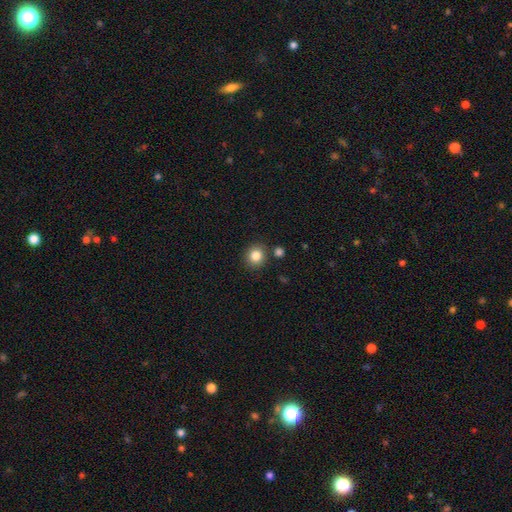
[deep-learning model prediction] A smooth galaxy with no disk features (84%) that is round (83%).

Vote fractions:
- Smooth or featured? smooth: 84% / star or artifact: 11% / featured or disk: 6%
- How rounded? round: 83% / in between: 16% / cigar-shaped: 1%
- Merging? none: 85% / minor disturbance: 8% / merger: 5% / major disturbance: 2%